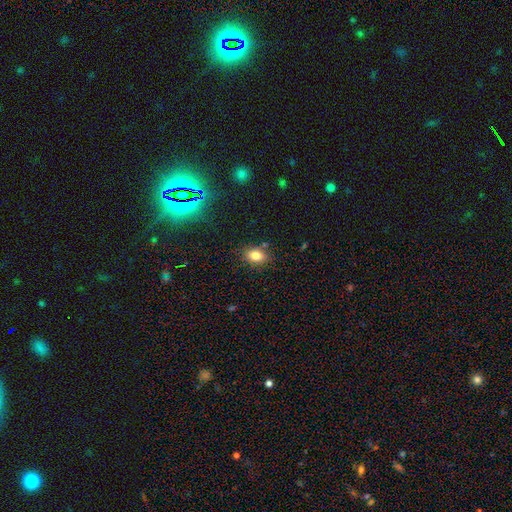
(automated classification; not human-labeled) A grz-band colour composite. It shows a smooth galaxy with no disk features (81%) that is in between round and cigar-shaped (73%). Merging: none (82%).